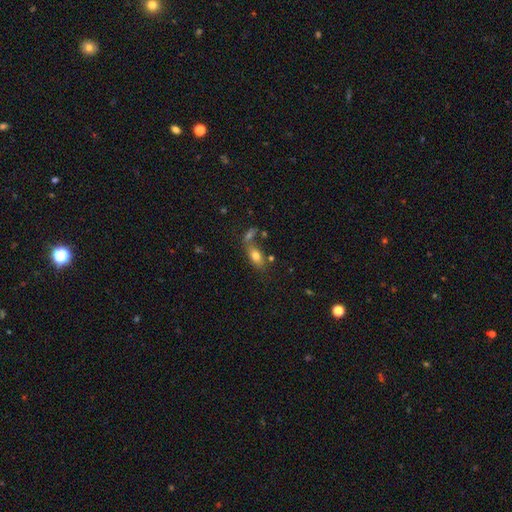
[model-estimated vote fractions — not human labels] smooth 75%, featured or disk 15%, star or artifact 10%. Down the decision tree: how rounded — in between (85%); merging — none (52%).